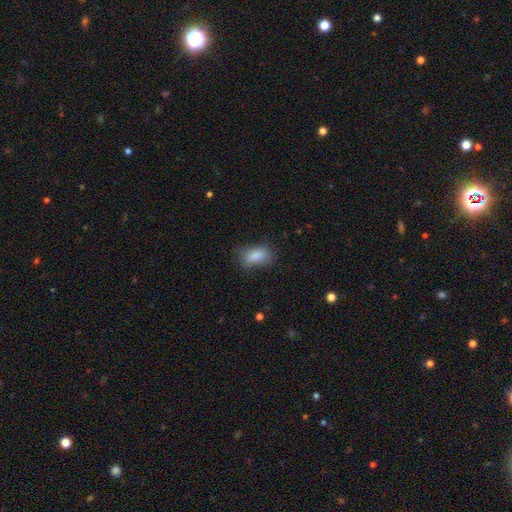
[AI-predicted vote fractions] smooth_or_featured: smooth (p=0.84) [alt: star or artifact p=0.09]
how_rounded: in between (p=0.88) [alt: round p=0.07]
merging: none (p=0.69) [alt: minor disturbance p=0.22]